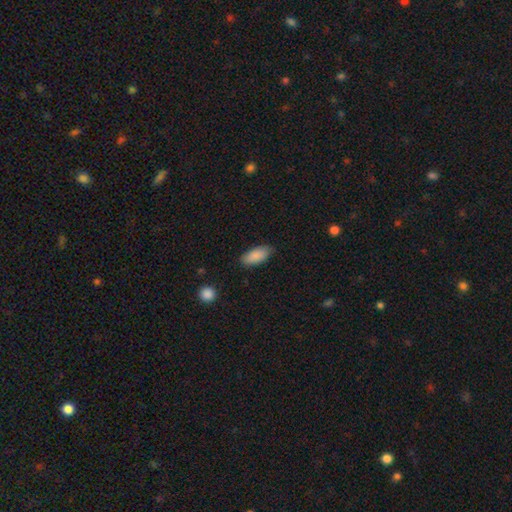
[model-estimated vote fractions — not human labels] Smooth or featured?
  - smooth: 89% *
  - star or artifact: 6%
  - featured or disk: 5%
How rounded?
  - in between: 88% *
  - cigar-shaped: 10%
  - round: 2%
Merging?
  - none: 84% *
  - minor disturbance: 12%
  - major disturbance: 2%
  - merger: 1%